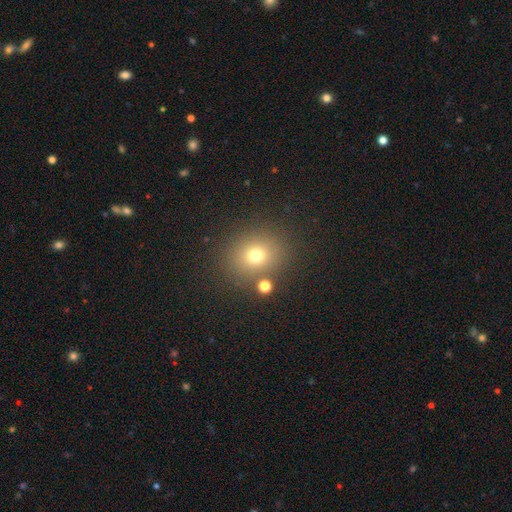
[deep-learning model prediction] A smooth galaxy with no disk features (71%) that is round (74%). Merging: none (82%).